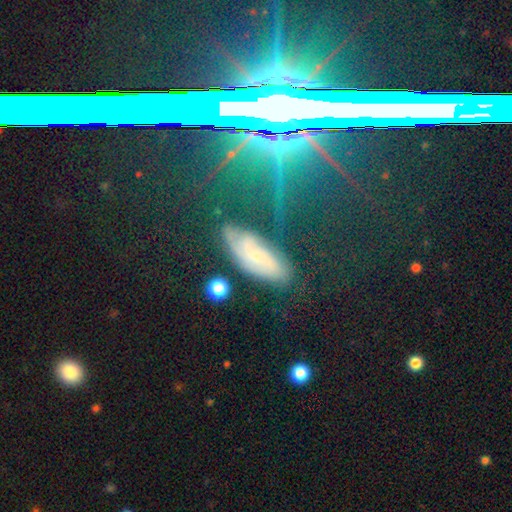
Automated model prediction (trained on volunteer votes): This is possibly a featured or disk galaxy (48%). Merging: likely none (75%).